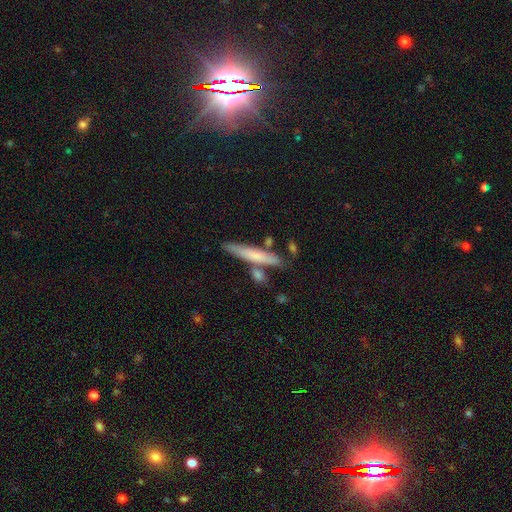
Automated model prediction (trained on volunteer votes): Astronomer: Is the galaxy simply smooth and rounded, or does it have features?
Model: smooth — 60%.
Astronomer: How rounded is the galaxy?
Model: cigar-shaped — 92%.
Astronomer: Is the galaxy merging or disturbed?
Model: none — 73%.